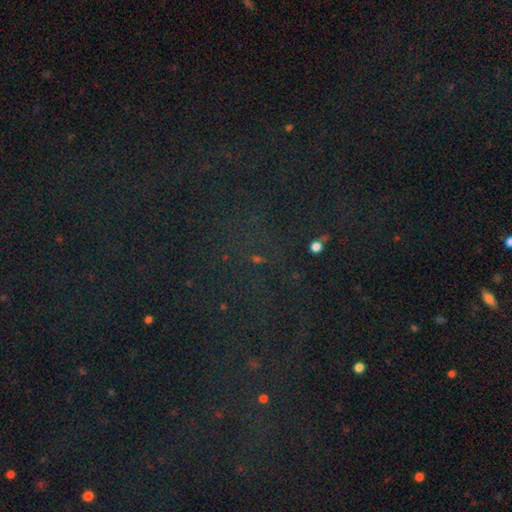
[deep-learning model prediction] The model was most divided on "smooth or featured": star or artifact: 79%, smooth: 12%, featured or disk: 8%.